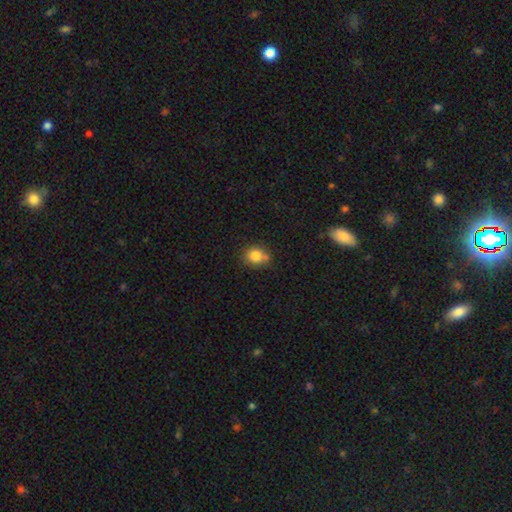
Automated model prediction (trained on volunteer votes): A smooth galaxy with no disk features (82%) that is round (69%).

Vote fractions:
- Smooth or featured? smooth: 82% / star or artifact: 10% / featured or disk: 8%
- How rounded? round: 69% / in between: 30% / cigar-shaped: 1%
- Merging? none: 62% / minor disturbance: 20% / merger: 14% / major disturbance: 5%